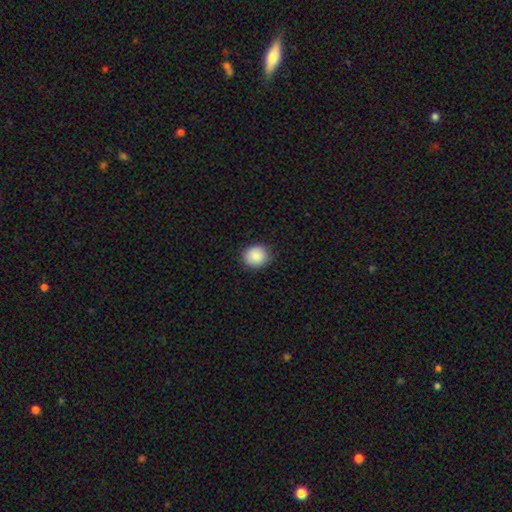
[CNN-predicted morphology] This appears to be a smooth galaxy with no disk features (89%) that is round (76%). Merging: none (88%).